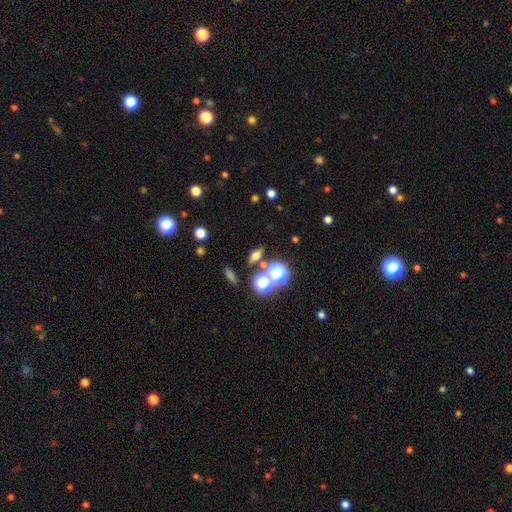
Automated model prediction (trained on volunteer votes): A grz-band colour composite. It shows a smooth galaxy with no disk features (55%) that is in between round and cigar-shaped (51%). Merging: none (77%).